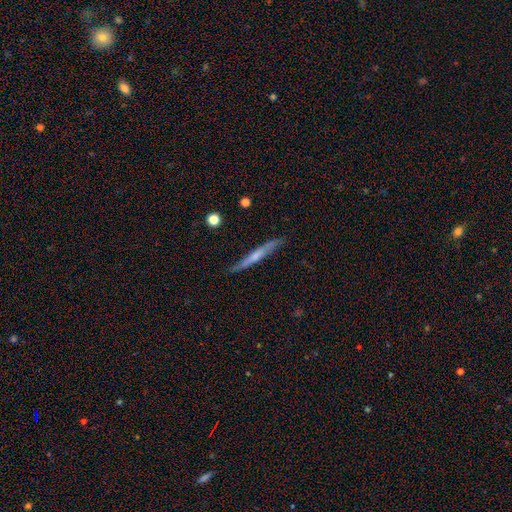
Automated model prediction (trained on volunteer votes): A featured or disk galaxy (54%) viewed edge-on (91%). Merging: none (81%).